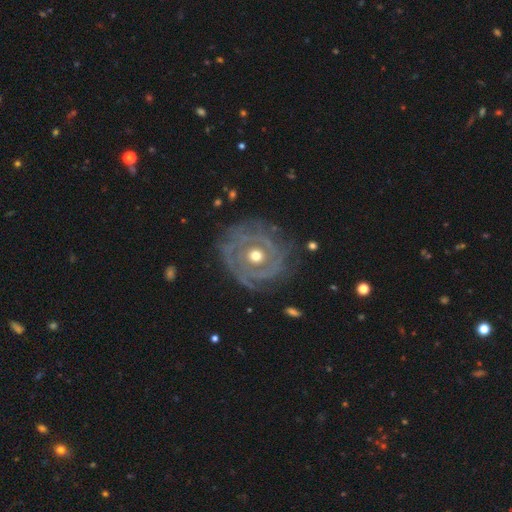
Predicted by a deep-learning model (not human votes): smooth_or_featured: featured or disk (p=0.84) [alt: smooth p=0.09]
disk_edge_on: no (p=0.96) [alt: yes p=0.04]
bar: no (p=0.70) [alt: weak p=0.22]
has_spiral_arms: yes (p=0.87) [alt: no p=0.13]
spiral_winding: tight (p=0.78) [alt: medium p=0.17]
spiral_arm_count: can't tell (p=0.32) [alt: 2 p=0.25]
bulge_size: moderate (p=0.67) [alt: small p=0.29]
merging: none (p=0.77) [alt: minor disturbance p=0.15]